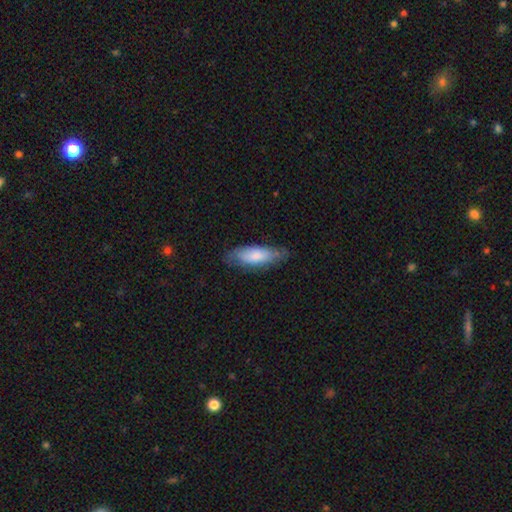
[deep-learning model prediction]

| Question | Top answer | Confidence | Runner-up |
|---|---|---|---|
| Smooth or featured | smooth | 74% | featured or disk (21%) |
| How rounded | in between | 67% | cigar-shaped (31%) |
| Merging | none | 69% | minor disturbance (24%) |